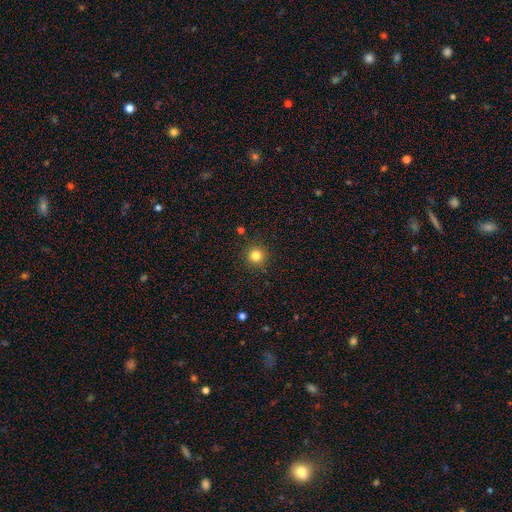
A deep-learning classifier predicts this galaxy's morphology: Q: Smooth or featured?
A: smooth (82%); runner-up: star or artifact (12%)
Q: How rounded?
A: round (95%); runner-up: in between (4%)
Q: Merging?
A: none (90%); runner-up: minor disturbance (6%)